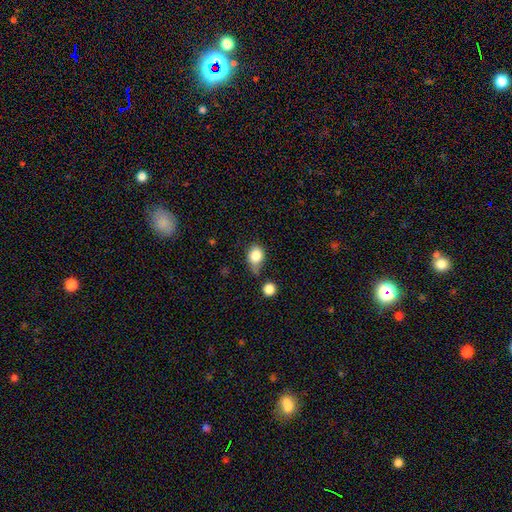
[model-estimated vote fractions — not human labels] Q: Smooth or featured?
A: smooth (82%); runner-up: star or artifact (9%)
Q: How rounded?
A: in between (54%); runner-up: round (44%)
Q: Merging?
A: none (40%); runner-up: minor disturbance (33%)